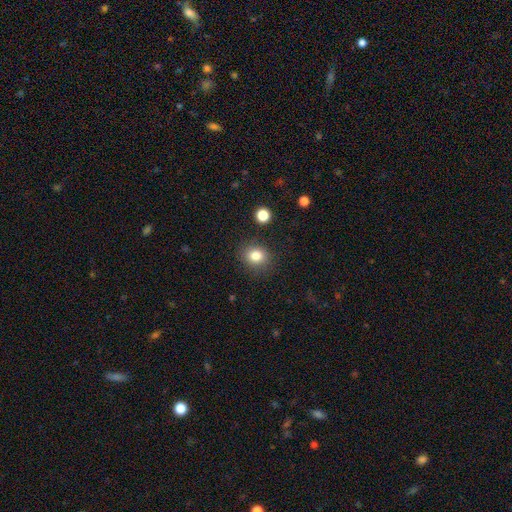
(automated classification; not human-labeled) Q: Smooth or featured?
A: smooth (82%); runner-up: star or artifact (11%)
Q: How rounded?
A: round (75%); runner-up: in between (24%)
Q: Merging?
A: none (86%); runner-up: minor disturbance (9%)